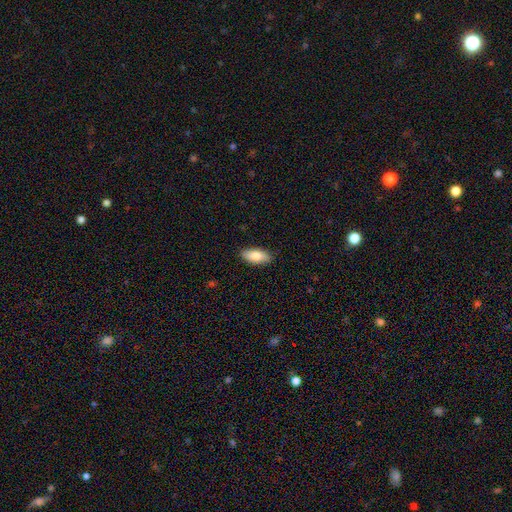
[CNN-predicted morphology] A smooth galaxy with no disk features (82%) that is in between round and cigar-shaped (87%). Merging: none (88%).